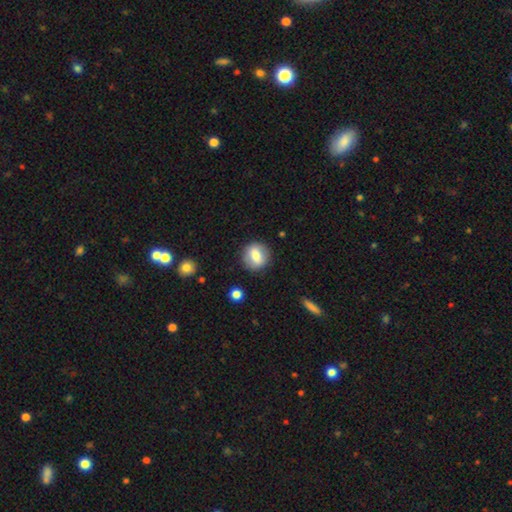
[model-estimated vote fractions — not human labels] Q: Smooth or featured?
A: smooth (69%); runner-up: featured or disk (23%)
Q: How rounded?
A: round (74%); runner-up: in between (24%)
Q: Merging?
A: none (86%); runner-up: minor disturbance (10%)